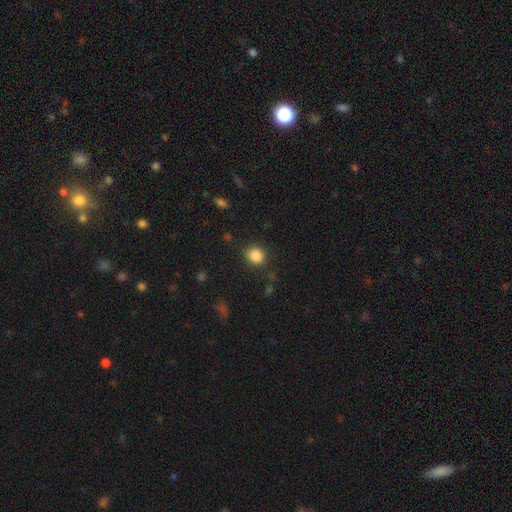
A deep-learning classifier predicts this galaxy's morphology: smooth-or-featured: smooth: 86% | star or artifact: 10% | featured or disk: 4%
  how-rounded: round: 74% | in between: 25% | cigar-shaped: 1%
  merging: none: 85% | minor disturbance: 10% | major disturbance: 4% | merger: 2%